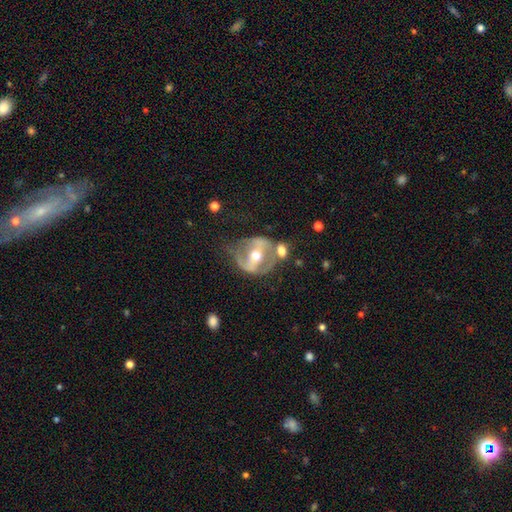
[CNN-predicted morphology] A featured or disk galaxy (77%) with a strong bar (52%), spiral arms (60%) and a moderate central bulge (74%). Merging: none (44%).